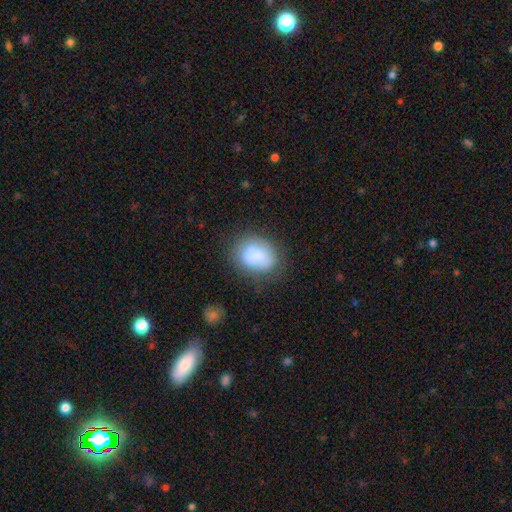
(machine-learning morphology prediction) A smooth galaxy with no disk features (74%) that is in between round and cigar-shaped (55%). Merging: none (59%).